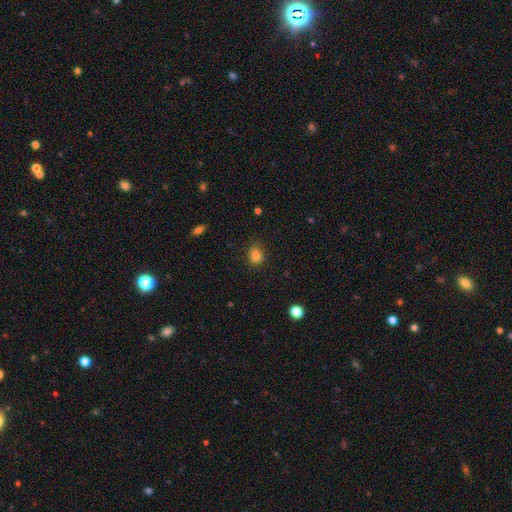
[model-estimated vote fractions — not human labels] This is clearly a smooth galaxy (83%). How rounded: possibly round (52%). Merging: likely none (75%).